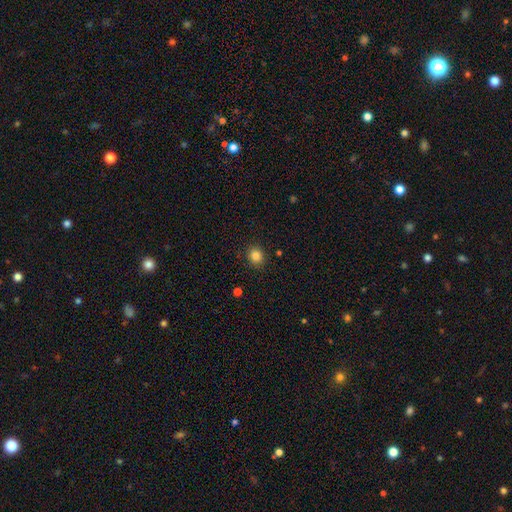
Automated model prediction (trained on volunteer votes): Smooth or featured?
  - smooth: 83% *
  - star or artifact: 12%
  - featured or disk: 5%
How rounded?
  - round: 81% *
  - in between: 18%
  - cigar-shaped: 1%
Merging?
  - none: 89% *
  - minor disturbance: 7%
  - major disturbance: 2%
  - merger: 1%